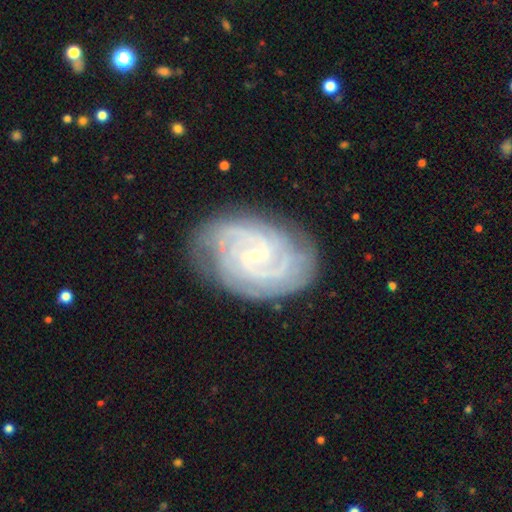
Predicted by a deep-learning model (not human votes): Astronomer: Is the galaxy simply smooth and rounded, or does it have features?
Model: featured or disk — 89%.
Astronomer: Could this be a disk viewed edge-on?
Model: no — 97%.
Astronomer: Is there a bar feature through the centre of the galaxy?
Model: no — 63%.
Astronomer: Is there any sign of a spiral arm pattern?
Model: yes — 98%.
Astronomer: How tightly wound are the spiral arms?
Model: tight — 76%.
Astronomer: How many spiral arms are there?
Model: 2 — 28% (runner-up: 3, 24%).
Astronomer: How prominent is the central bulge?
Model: small — 87%.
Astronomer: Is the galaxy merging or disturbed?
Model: none — 80%.